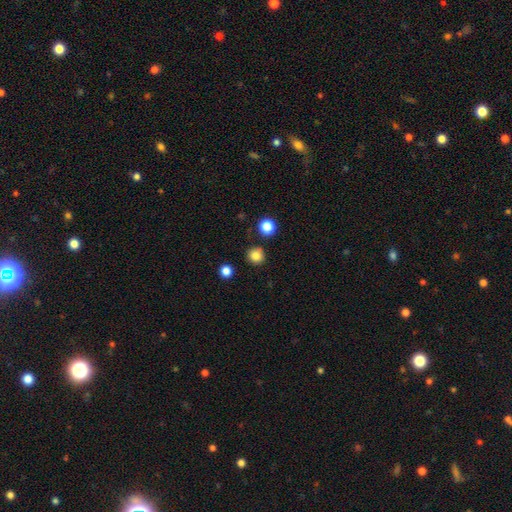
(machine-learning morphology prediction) Smooth or featured?
  - smooth: 83% *
  - star or artifact: 13%
  - featured or disk: 5%
How rounded?
  - round: 93% *
  - in between: 6%
  - cigar-shaped: 1%
Merging?
  - none: 88% *
  - minor disturbance: 6%
  - merger: 4%
  - major disturbance: 2%